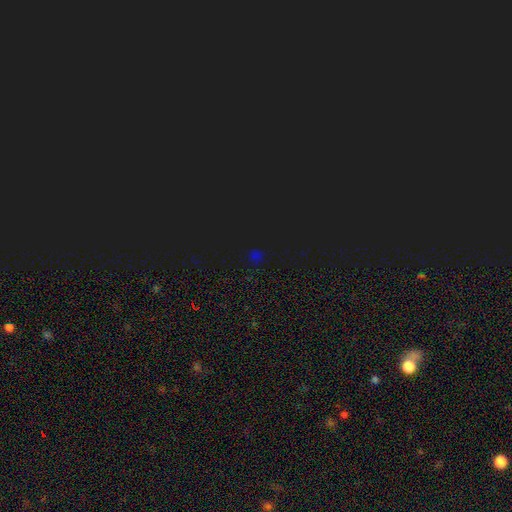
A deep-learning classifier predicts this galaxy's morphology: smooth-or-featured: star or artifact: 67% | smooth: 28% | featured or disk: 5%